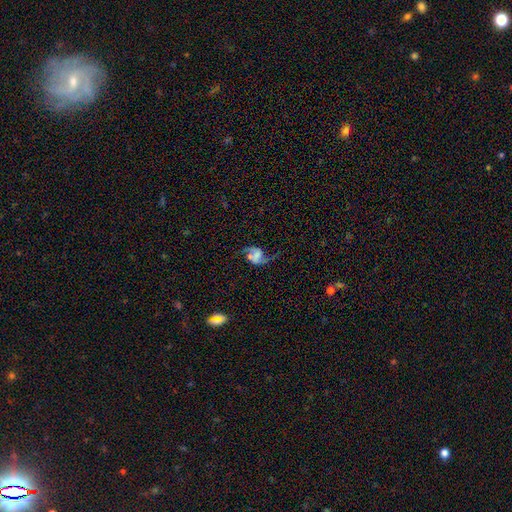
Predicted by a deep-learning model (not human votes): This is likely a featured or disk galaxy (69%). It is clearly not viewed edge-on (97%). Bar: marginally no (44%). Spiral arm pattern: clearly yes (88%). Spiral arm count: clearly 2 (87%). Spiral winding: likely loose (68%). Central bulge: possibly none (46%). Merging: possibly none (50%).